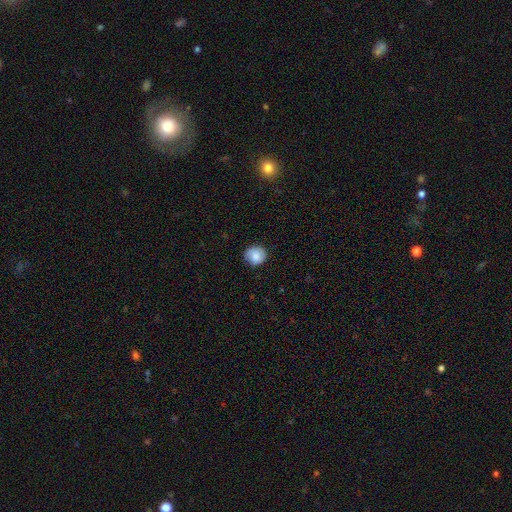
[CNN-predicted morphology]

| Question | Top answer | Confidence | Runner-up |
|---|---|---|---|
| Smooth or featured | smooth | 83% | featured or disk (10%) |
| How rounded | round | 86% | in between (13%) |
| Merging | none | 82% | minor disturbance (14%) |